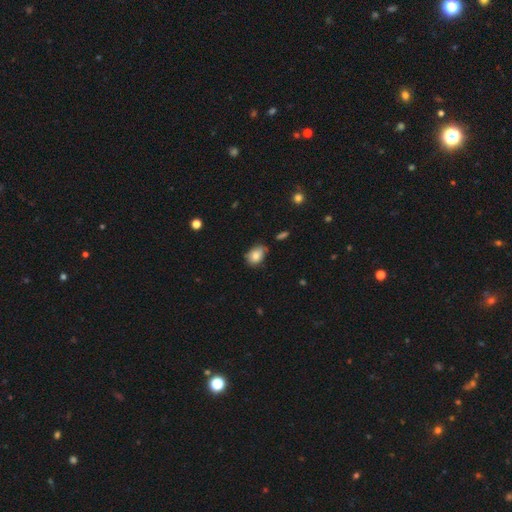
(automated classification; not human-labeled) Smooth or featured: smooth — 77% (featured or disk — 14%)
How rounded: in between — 74% (round — 25%)
Merging: none — 60% (minor disturbance — 31%)